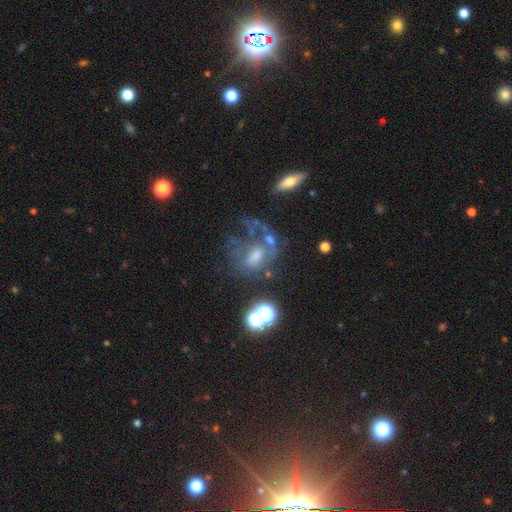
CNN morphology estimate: Smooth or featured? Predicted: featured or disk (p=0.55). Edge-on disk? Predicted: no (p=0.94). Bar? Predicted: no (p=0.69). Spiral arms? Predicted: no (p=0.61). Bulge size? Predicted: moderate (p=0.39). Merging? Predicted: none (p=0.36).